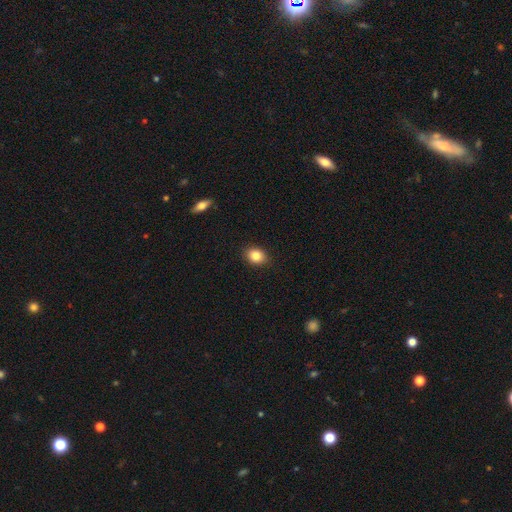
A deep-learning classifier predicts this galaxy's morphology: This appears to be a smooth galaxy with no disk features (84%) that is in between round and cigar-shaped (55%). Merging: none (88%).